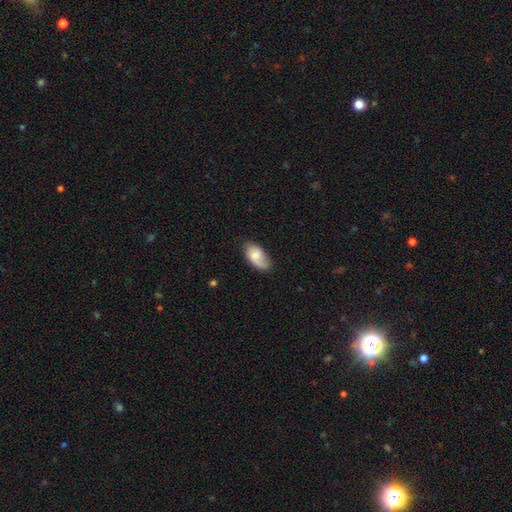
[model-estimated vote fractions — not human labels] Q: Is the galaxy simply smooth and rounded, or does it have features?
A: smooth — 61%.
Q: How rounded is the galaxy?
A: in between — 94%.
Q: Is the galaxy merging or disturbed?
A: none — 65%.